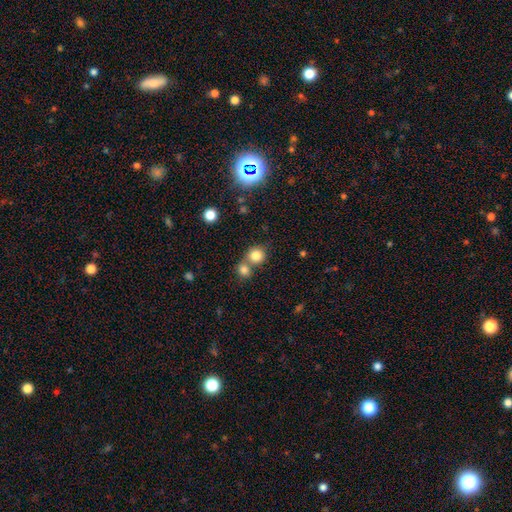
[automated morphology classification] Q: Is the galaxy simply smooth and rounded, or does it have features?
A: smooth — 81%.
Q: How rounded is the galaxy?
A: round — 87%.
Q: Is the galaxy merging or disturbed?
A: none — 49%.